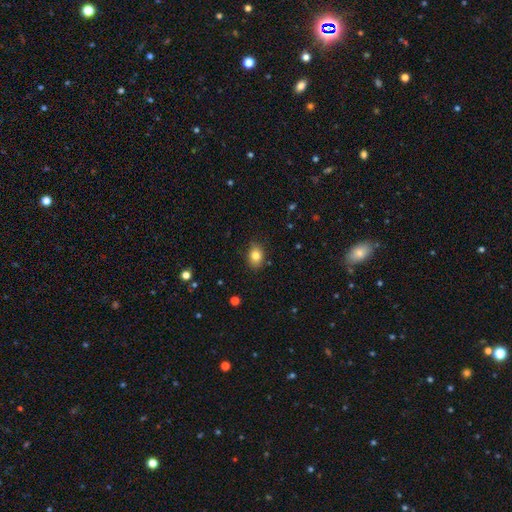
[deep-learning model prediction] A smooth galaxy with no disk features (82%) that is in between round and cigar-shaped (66%). Merging: none (84%).